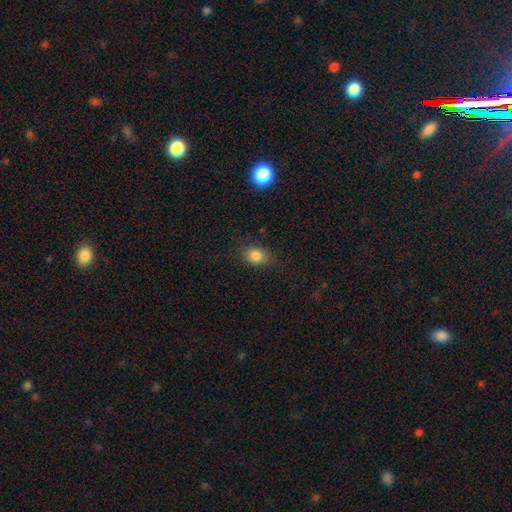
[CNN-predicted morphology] This is clearly a smooth galaxy (84%). How rounded: possibly in between (52%). Merging: clearly none (80%).